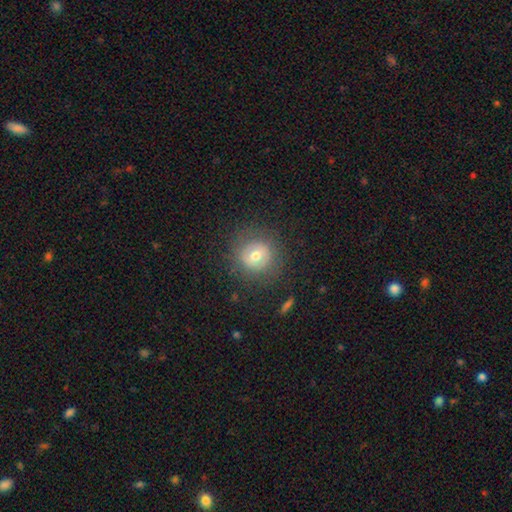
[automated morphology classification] Q: Smooth or featured?
A: smooth (59%); runner-up: featured or disk (29%)
Q: How rounded?
A: round (91%); runner-up: in between (8%)
Q: Merging?
A: none (82%); runner-up: minor disturbance (11%)